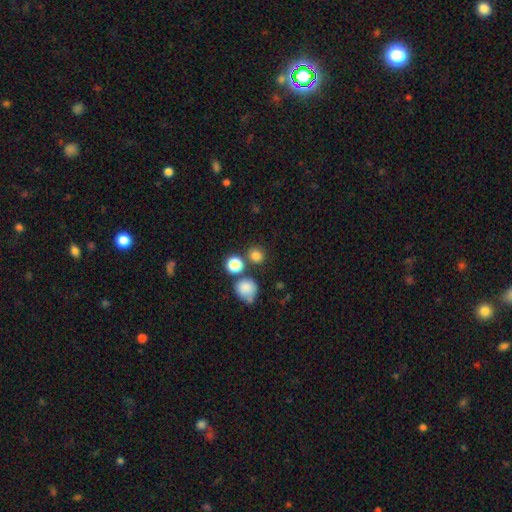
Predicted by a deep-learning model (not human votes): This is likely a smooth galaxy (80%). How rounded: clearly round (86%). Merging: likely none (74%).